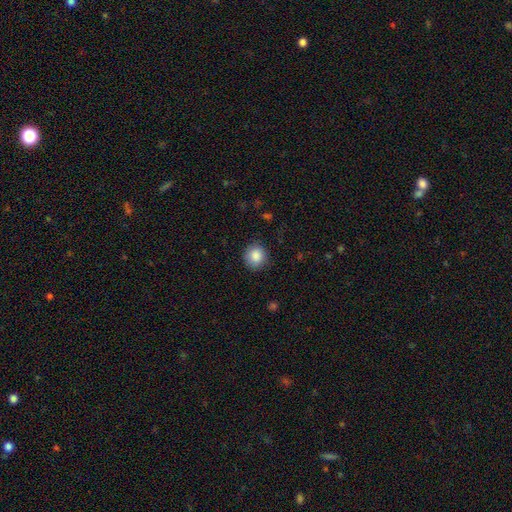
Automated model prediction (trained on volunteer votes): This appears to be a smooth galaxy with no disk features (87%) that is round (88%). Merging: none (86%).